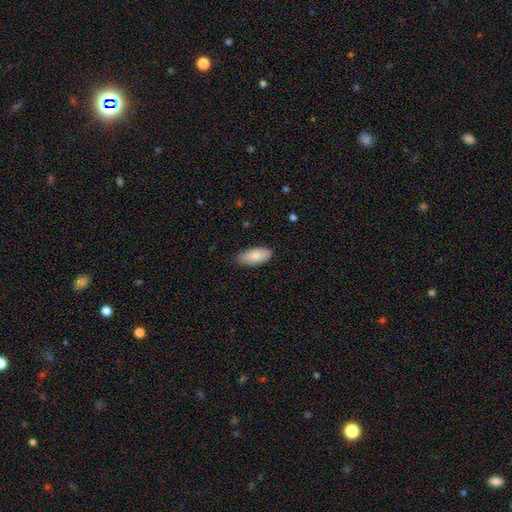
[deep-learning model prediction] A smooth galaxy with no disk features (83%) that is in between round and cigar-shaped (91%).

Vote fractions:
- Smooth or featured? smooth: 83% / featured or disk: 10% / star or artifact: 6%
- How rounded? in between: 91% / cigar-shaped: 7% / round: 2%
- Merging? none: 80% / minor disturbance: 17% / major disturbance: 2% / merger: 1%